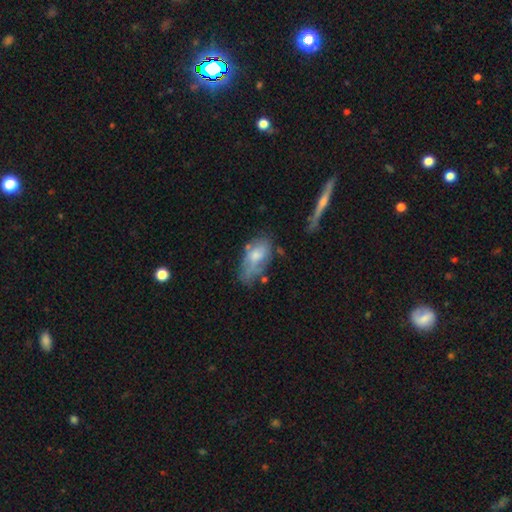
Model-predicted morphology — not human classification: Smooth or featured: smooth — 59% (featured or disk — 33%)
How rounded: in between — 91% (round — 5%)
Merging: none — 41% (minor disturbance — 31%)